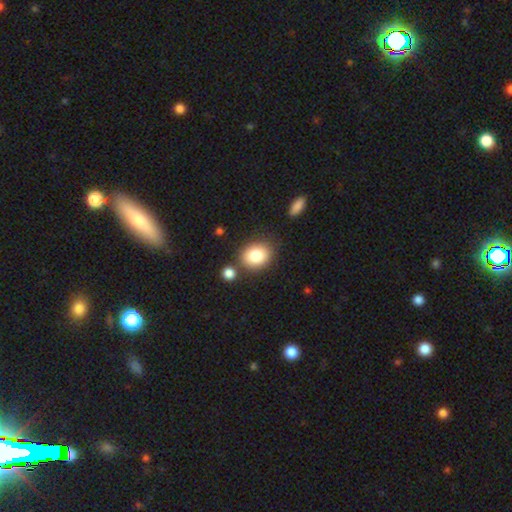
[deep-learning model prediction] Morphology: type=smooth (84%); roundness=in between (55%); merging=none (73%).